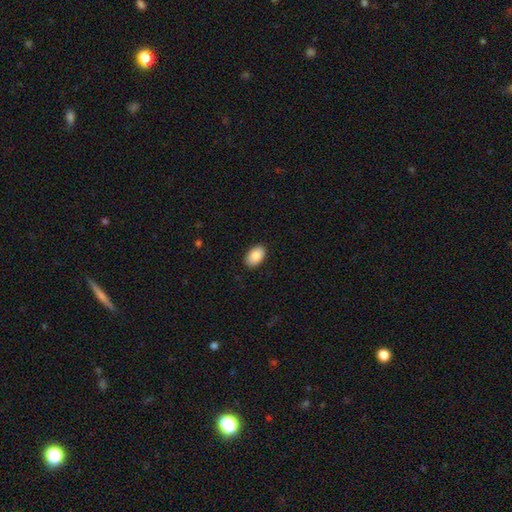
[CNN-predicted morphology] smooth 89%, star or artifact 7%, featured or disk 4%. Down the decision tree: how rounded — in between (93%); merging — none (90%).